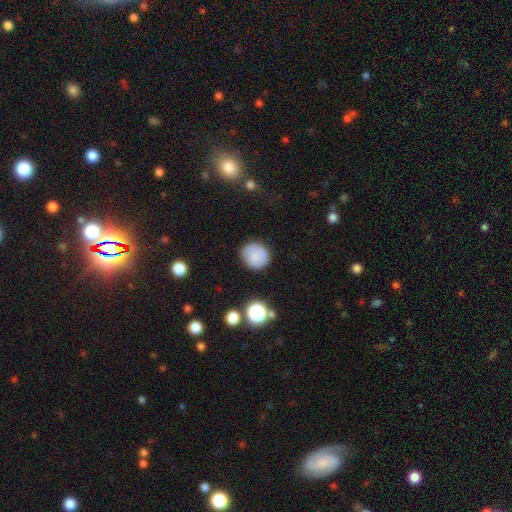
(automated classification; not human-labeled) This appears to be a smooth galaxy with no disk features (79%) that is round (88%). Merging: none (79%).